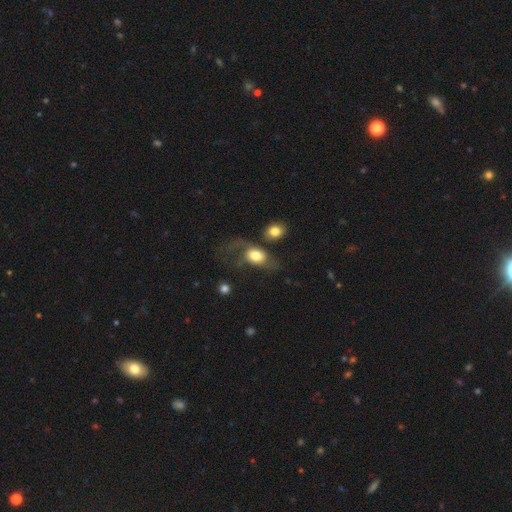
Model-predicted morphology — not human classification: Smooth or featured?
  - smooth: 66% *
  - featured or disk: 26%
  - star or artifact: 8%
How rounded?
  - in between: 74% *
  - round: 23%
  - cigar-shaped: 3%
Merging?
  - major disturbance: 44% *
  - none: 26%
  - minor disturbance: 17%
  - merger: 13%